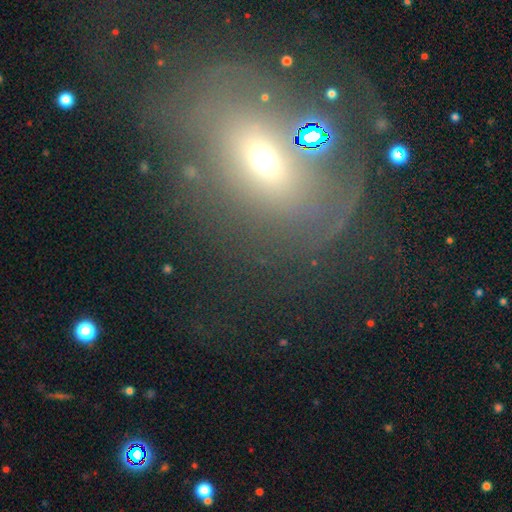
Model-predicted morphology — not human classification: smooth-or-featured: smooth: 43% | featured or disk: 30% | star or artifact: 26%
  merging: none: 52% | major disturbance: 22% | minor disturbance: 17% | merger: 9%